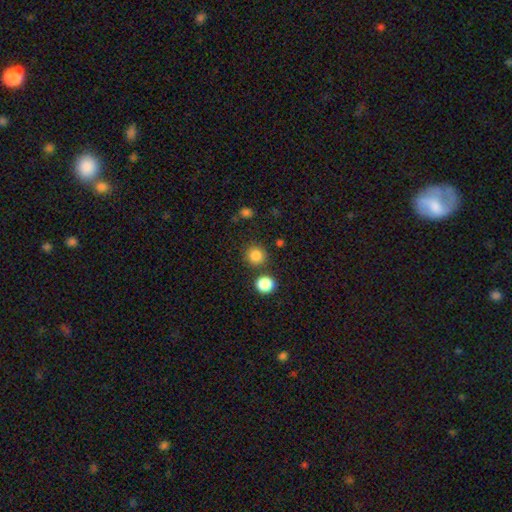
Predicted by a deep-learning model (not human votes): A smooth galaxy with no disk features (84%) that is round (92%).

Vote fractions:
- Smooth or featured? smooth: 84% / star or artifact: 11% / featured or disk: 4%
- How rounded? round: 92% / in between: 7% / cigar-shaped: 1%
- Merging? none: 82% / merger: 8% / minor disturbance: 7% / major disturbance: 3%